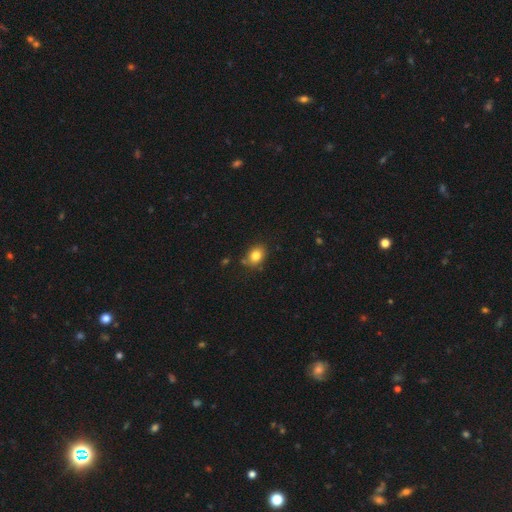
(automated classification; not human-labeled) A smooth galaxy with no disk features (82%) that is in between round and cigar-shaped (57%). Merging: none (78%).